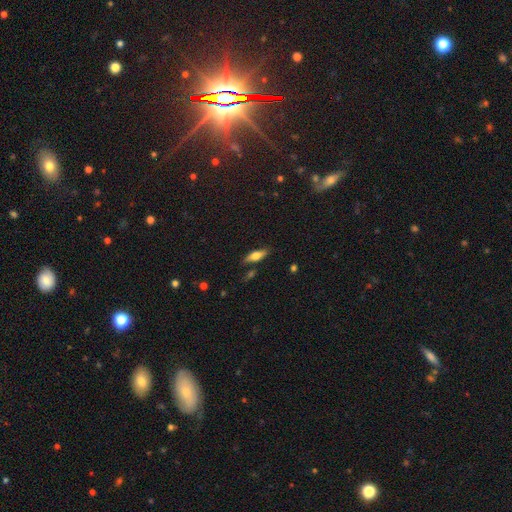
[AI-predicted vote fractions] Q: Smooth or featured?
A: smooth (60%); runner-up: featured or disk (33%)
Q: How rounded?
A: in between (58%); runner-up: cigar-shaped (39%)
Q: Merging?
A: none (78%); runner-up: minor disturbance (14%)